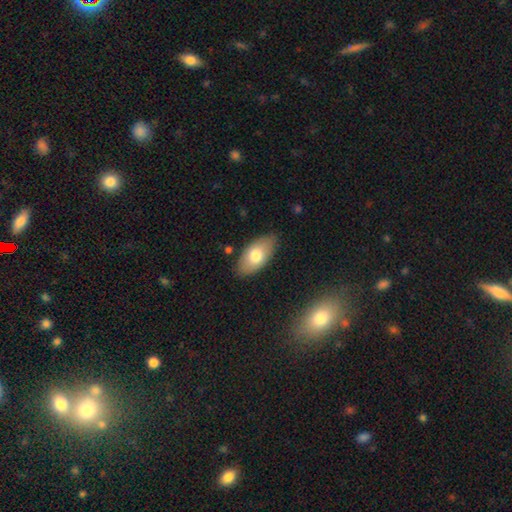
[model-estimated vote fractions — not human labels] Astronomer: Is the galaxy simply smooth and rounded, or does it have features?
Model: smooth — 73%.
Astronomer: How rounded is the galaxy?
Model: in between — 93%.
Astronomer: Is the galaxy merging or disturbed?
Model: none — 84%.